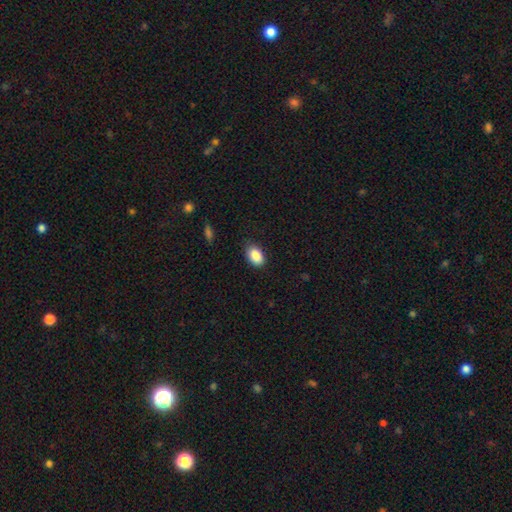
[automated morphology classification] smooth 89%, star or artifact 7%, featured or disk 4%. Down the decision tree: how rounded — in between (86%); merging — none (83%).